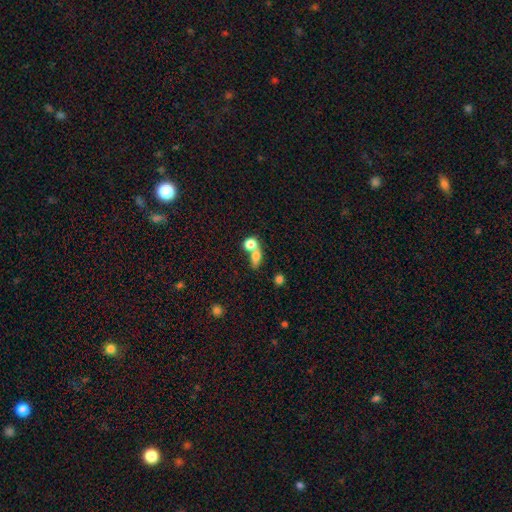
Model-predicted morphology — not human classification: smooth-or-featured: smooth: 75% | featured or disk: 13% | star or artifact: 12%
  how-rounded: in between: 52% | round: 43% | cigar-shaped: 5%
  merging: merger: 58% | none: 27% | minor disturbance: 8% | major disturbance: 7%